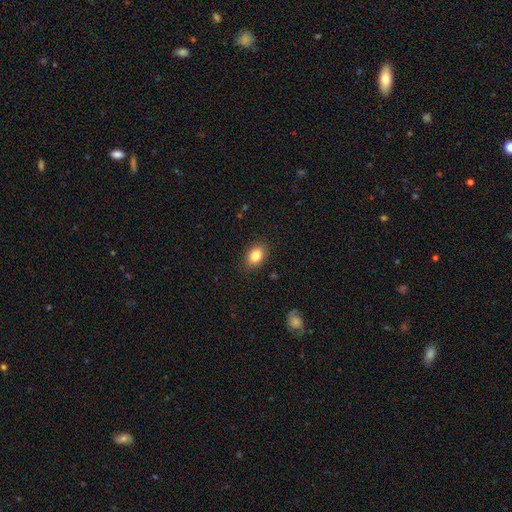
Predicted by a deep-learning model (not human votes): Q: Smooth or featured?
A: smooth (84%); runner-up: star or artifact (8%)
Q: How rounded?
A: in between (79%); runner-up: round (19%)
Q: Merging?
A: none (87%); runner-up: minor disturbance (10%)